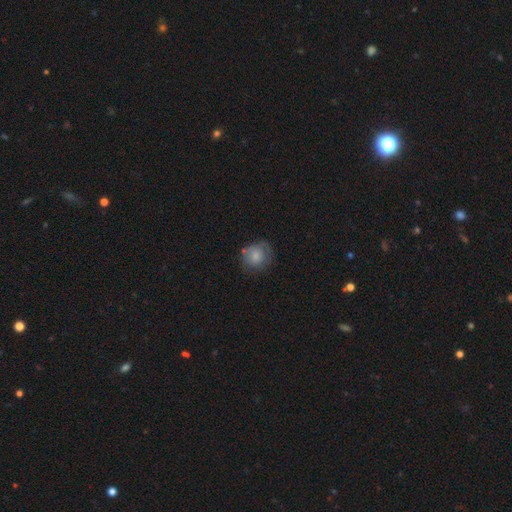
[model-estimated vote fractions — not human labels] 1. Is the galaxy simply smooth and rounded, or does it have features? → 71% smooth, 20% featured or disk, 8% star or artifact.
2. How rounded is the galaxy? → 78% round, 21% in between, 1% cigar-shaped.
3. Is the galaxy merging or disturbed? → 56% none, 28% minor disturbance, 12% major disturbance, 3% merger.